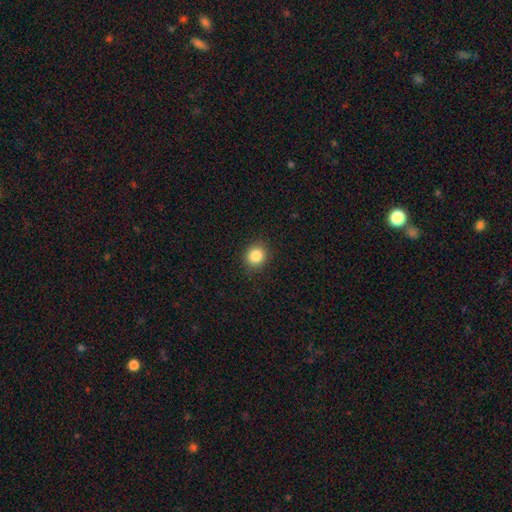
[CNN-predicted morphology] Overall: smooth (86%). How rounded: round (79%). Merging: none (90%).